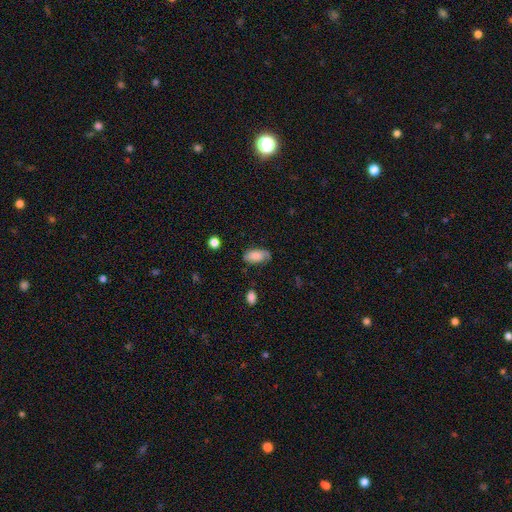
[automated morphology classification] A smooth galaxy with no disk features (70%) that is in between round and cigar-shaped (92%).

Vote fractions:
- Smooth or featured? smooth: 70% / featured or disk: 22% / star or artifact: 8%
- How rounded? in between: 92% / cigar-shaped: 4% / round: 4%
- Merging? none: 63% / minor disturbance: 26% / major disturbance: 9% / merger: 2%